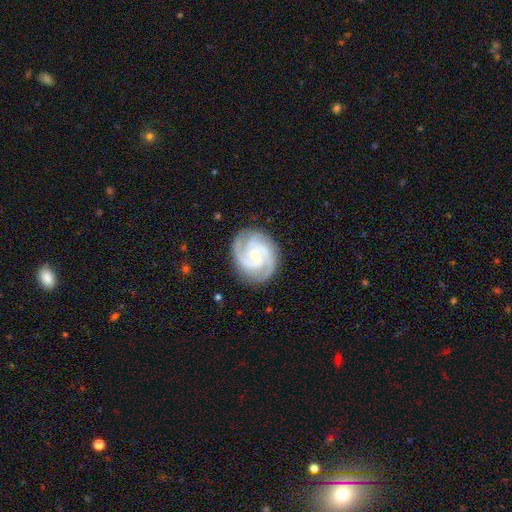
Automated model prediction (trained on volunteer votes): This is clearly a featured or disk galaxy (91%). It is clearly not viewed edge-on (98%). Bar: possibly weak (50%). Spiral arm pattern: clearly yes (98%). Spiral arm count: marginally 3 (45%). Spiral winding: possibly tight (50%). Central bulge: likely small (70%). Merging: clearly none (82%).